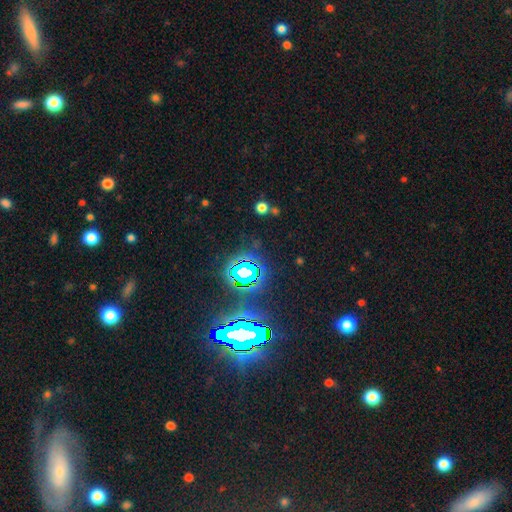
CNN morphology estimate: Smooth or featured? Predicted: star or artifact (p=0.82).